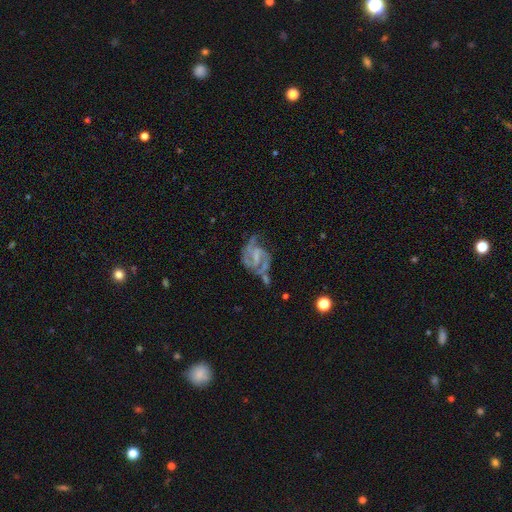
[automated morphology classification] A featured or disk galaxy (84%) with a weak bar (51%), 2 (60%) medium (51%) spiral arms (93%) and a small central bulge (46%).

Vote fractions:
- Smooth or featured? featured or disk: 84% / smooth: 9% / star or artifact: 7%
- Edge-on disk? no: 98% / yes: 2%
- Bar? weak: 51% / no: 30% / strong: 20%
- Spiral arms? yes: 93% / no: 7%
- Spiral winding? medium: 51% / tight: 28% / loose: 22%
- Spiral arm count? 2: 60% / 3: 17% / can't tell: 12% / 1: 4% / 4: 4% / more than 4: 3%
- Bulge size? small: 46% / none: 31% / moderate: 20% / large: 2% / dominant: 1%
- Merging? none: 41% / major disturbance: 23% / minor disturbance: 23% / merger: 13%